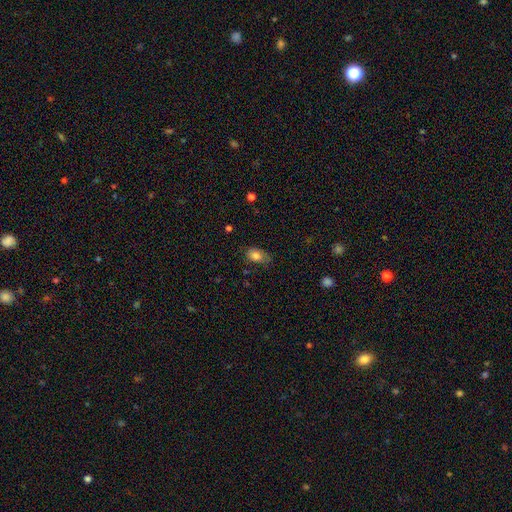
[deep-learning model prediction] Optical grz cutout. It shows a smooth galaxy with no disk features (79%) that is in between round and cigar-shaped (88%). Merging: none (59%).